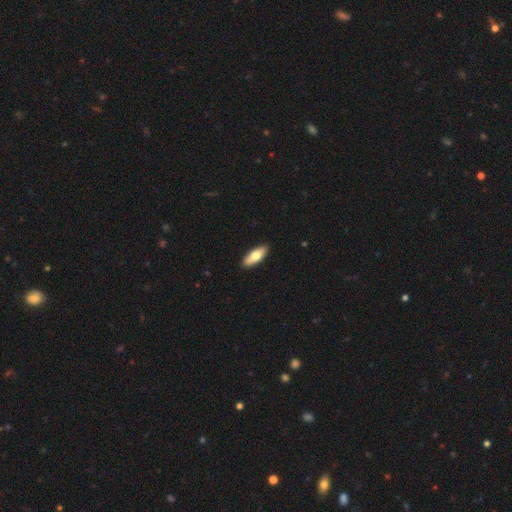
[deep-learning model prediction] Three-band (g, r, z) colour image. It shows a smooth galaxy with no disk features (69%) that is in between round and cigar-shaped (70%). Merging: none (91%).